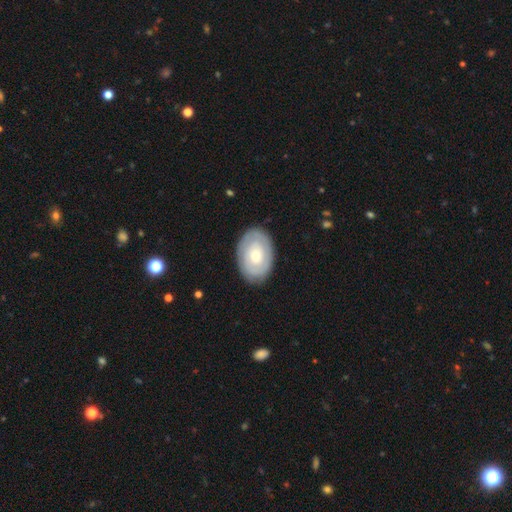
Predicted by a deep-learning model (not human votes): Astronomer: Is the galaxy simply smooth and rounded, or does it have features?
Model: featured or disk — 52% (runner-up: smooth, 43%).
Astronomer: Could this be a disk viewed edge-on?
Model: no — 94%.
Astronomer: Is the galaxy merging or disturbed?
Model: none — 85%.